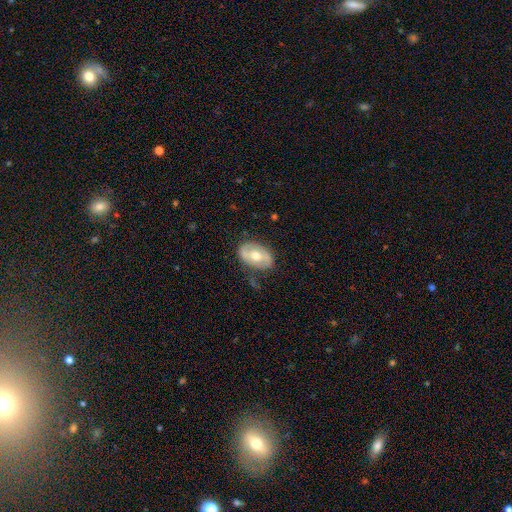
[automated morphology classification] Smooth or featured?
  - featured or disk: 54% *
  - smooth: 41%
  - star or artifact: 6%
Edge-on disk?
  - no: 92% *
  - yes: 8%
Merging?
  - none: 73% *
  - minor disturbance: 20%
  - major disturbance: 6%
  - merger: 2%